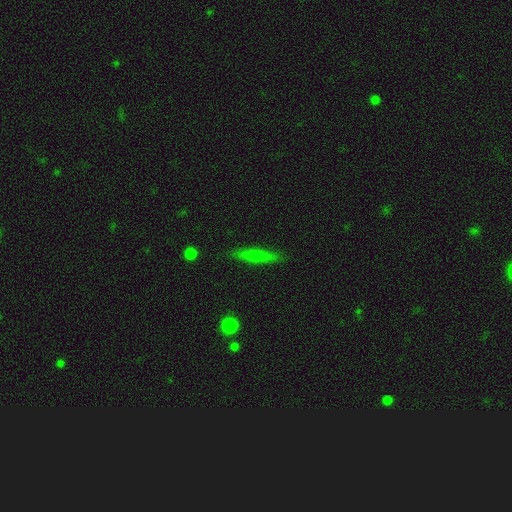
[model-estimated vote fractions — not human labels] Morphology: type=smooth (46%); merging=none (89%).